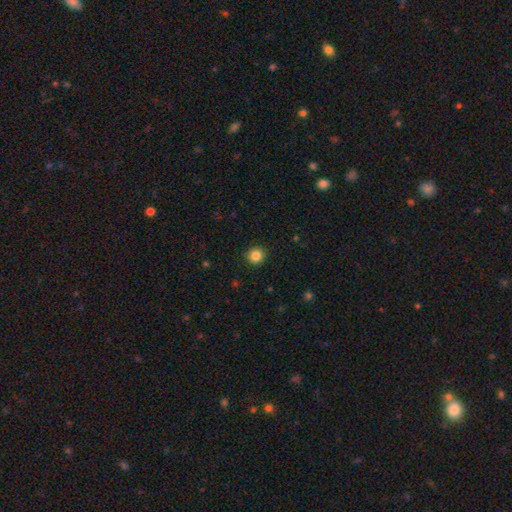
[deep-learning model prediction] A smooth galaxy with no disk features (85%) that is round (95%).

Vote fractions:
- Smooth or featured? smooth: 85% / star or artifact: 10% / featured or disk: 4%
- How rounded? round: 95% / in between: 4% / cigar-shaped: 1%
- Merging? none: 92% / minor disturbance: 5% / major disturbance: 2% / merger: 1%